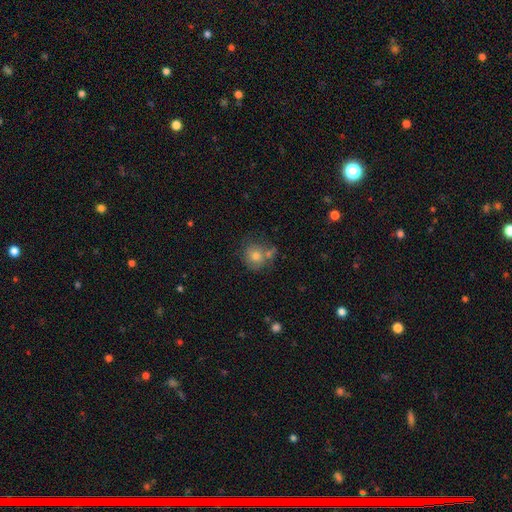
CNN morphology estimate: type=smooth (72%); roundness=round (86%); merging=none (59%).